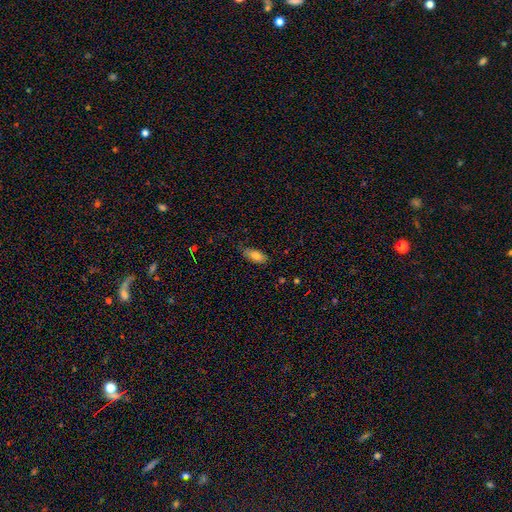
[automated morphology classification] The model was most divided on "merging": none: 71%, minor disturbance: 23%, major disturbance: 5%, merger: 1%. More confident: how rounded — in between (83%); smooth or featured — smooth (78%).